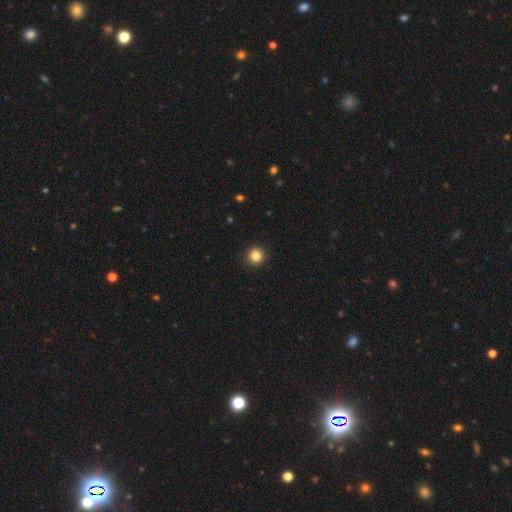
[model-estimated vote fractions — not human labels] Morphology: type=smooth (85%); roundness=round (95%); merging=none (92%).